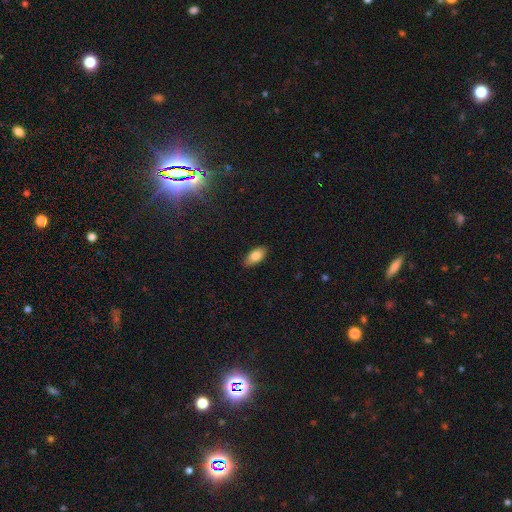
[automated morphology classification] The model was most divided on "smooth or featured": smooth: 82%, featured or disk: 11%, star or artifact: 7%. More confident: how rounded — in between (91%); merging — none (87%).